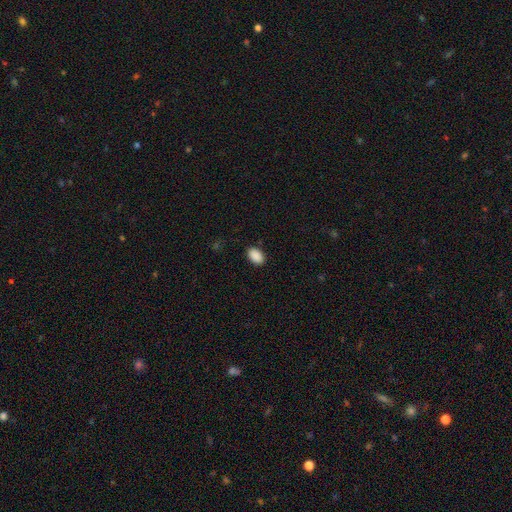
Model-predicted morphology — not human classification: smooth_or_featured: smooth (p=0.90) [alt: star or artifact p=0.08]
how_rounded: in between (p=0.86) [alt: round p=0.13]
merging: none (p=0.89) [alt: minor disturbance p=0.08]